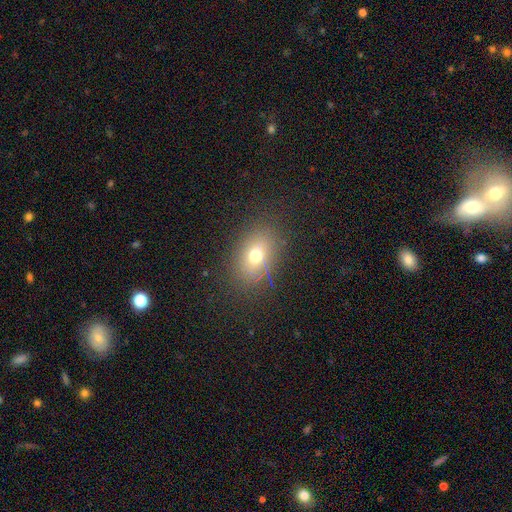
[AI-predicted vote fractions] smooth-or-featured: smooth: 67% | star or artifact: 16% | featured or disk: 16%
  how-rounded: in between: 70% | round: 28% | cigar-shaped: 2%
  merging: none: 82% | minor disturbance: 11% | major disturbance: 6% | merger: 1%